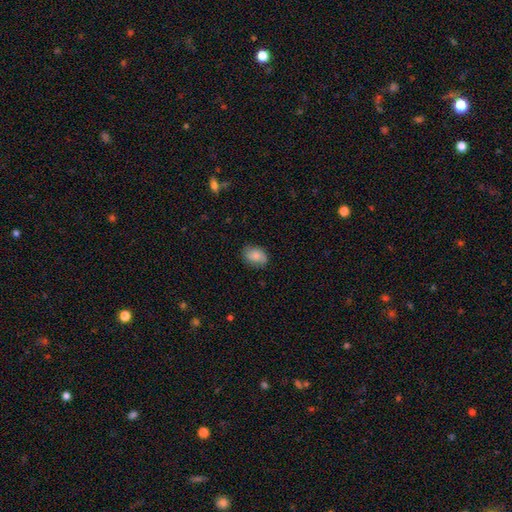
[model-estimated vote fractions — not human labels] Q: Smooth or featured?
A: smooth (82%); runner-up: featured or disk (11%)
Q: How rounded?
A: in between (81%); runner-up: round (18%)
Q: Merging?
A: none (78%); runner-up: minor disturbance (17%)